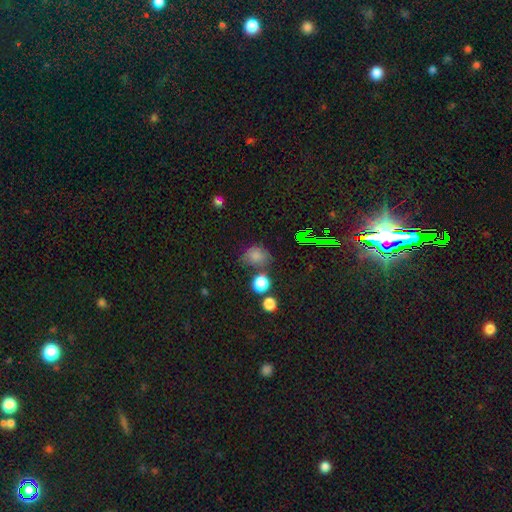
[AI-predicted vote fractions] Smooth or featured? Predicted: smooth (p=0.74). How rounded? Predicted: round (p=0.56). Merging? Predicted: none (p=0.60).